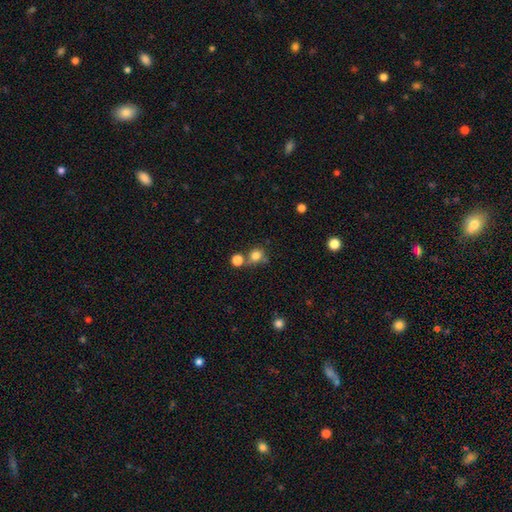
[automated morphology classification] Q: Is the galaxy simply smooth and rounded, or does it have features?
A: smooth — 78%.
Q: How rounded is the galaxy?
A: round — 81%.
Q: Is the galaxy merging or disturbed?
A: none — 56%.